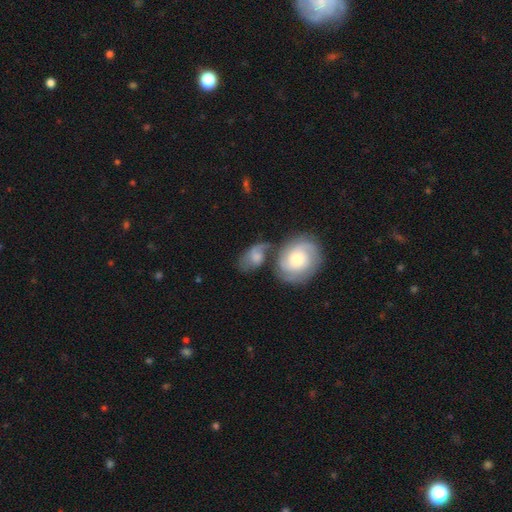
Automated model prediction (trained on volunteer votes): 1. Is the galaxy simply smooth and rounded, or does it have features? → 49% featured or disk, 43% smooth, 8% star or artifact.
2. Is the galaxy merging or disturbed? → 40% merger, 29% none, 17% minor disturbance, 14% major disturbance.